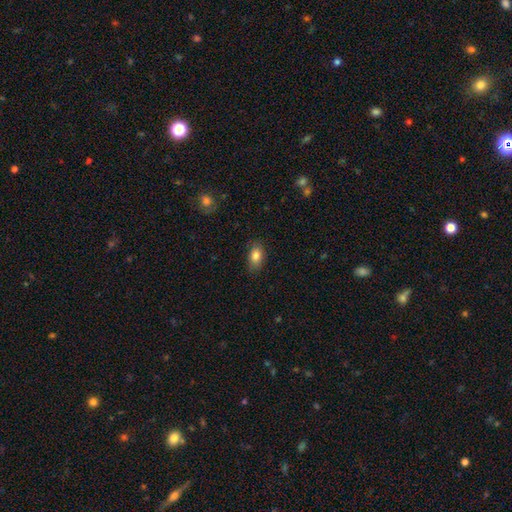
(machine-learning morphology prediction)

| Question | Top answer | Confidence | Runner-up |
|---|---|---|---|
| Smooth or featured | smooth | 84% | star or artifact (8%) |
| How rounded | in between | 89% | round (8%) |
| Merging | none | 81% | minor disturbance (15%) |